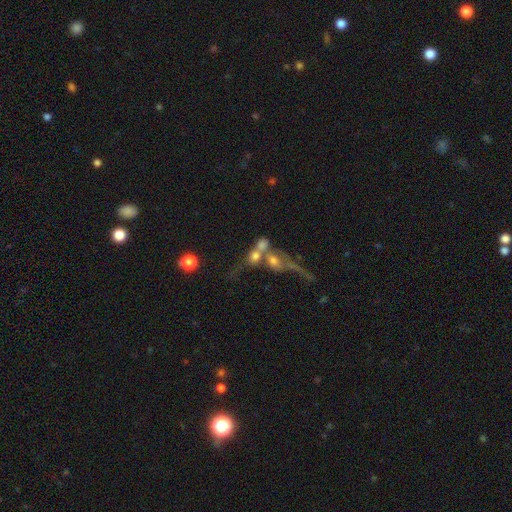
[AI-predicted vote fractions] Smooth or featured: smooth — 54% (featured or disk — 31%)
How rounded: round — 48% (in between — 45%)
Merging: merger — 65% (none — 15%)